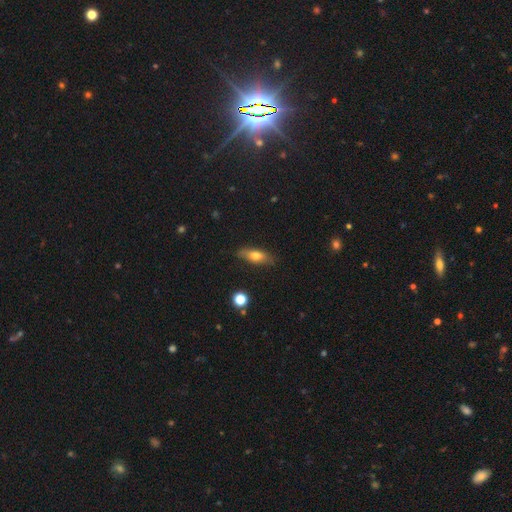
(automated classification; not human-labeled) A smooth galaxy with no disk features (64%) that is in between round and cigar-shaped (59%). Merging: none (81%).